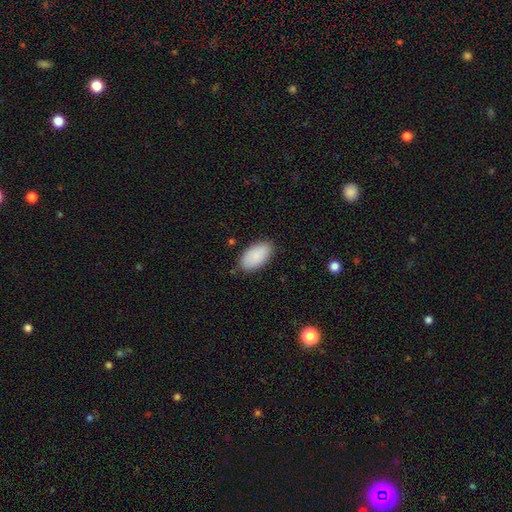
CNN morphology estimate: Smooth or featured: smooth — 89% (star or artifact — 6%)
How rounded: in between — 95% (round — 2%)
Merging: none — 84% (minor disturbance — 12%)